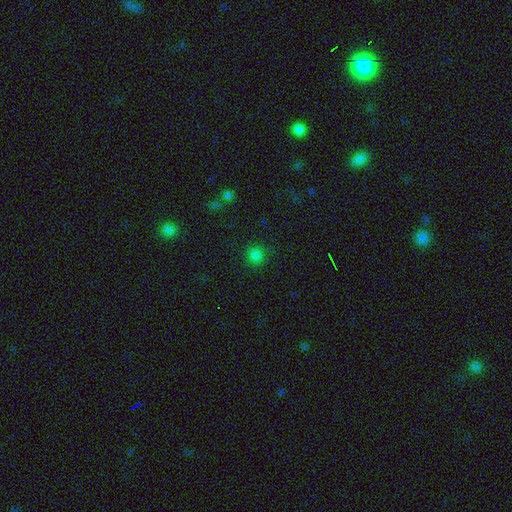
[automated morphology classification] A smooth galaxy with no disk features (80%) that is round (92%).

Vote fractions:
- Smooth or featured? smooth: 80% / star or artifact: 17% / featured or disk: 3%
- How rounded? round: 92% / in between: 7% / cigar-shaped: 1%
- Merging? none: 88% / minor disturbance: 7% / major disturbance: 3% / merger: 2%